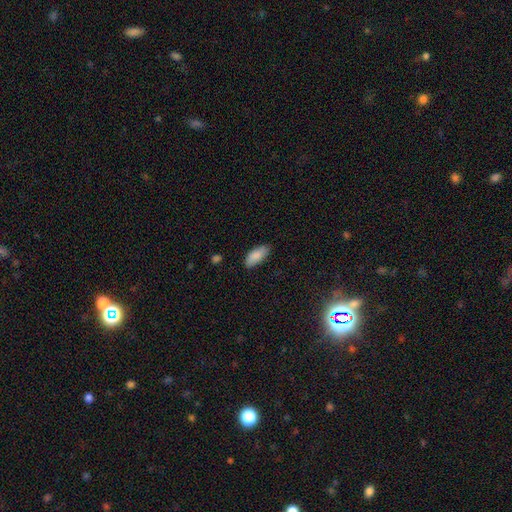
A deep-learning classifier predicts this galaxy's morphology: The model was most divided on "merging": none: 78%, minor disturbance: 18%, major disturbance: 3%, merger: 1%. More confident: smooth or featured — smooth (87%); how rounded — in between (86%).